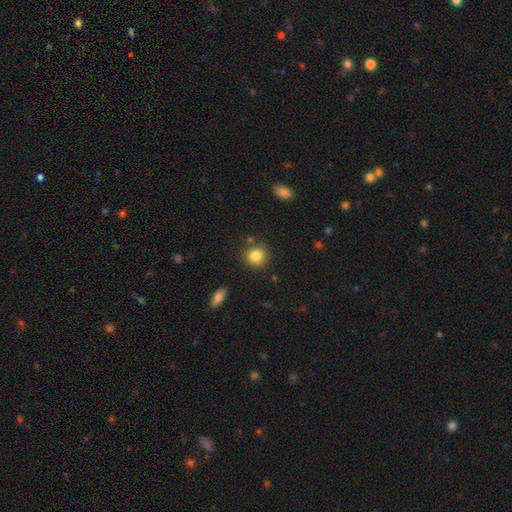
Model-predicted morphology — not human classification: Overall: smooth (84%). How rounded: round (88%). Merging: none (84%).